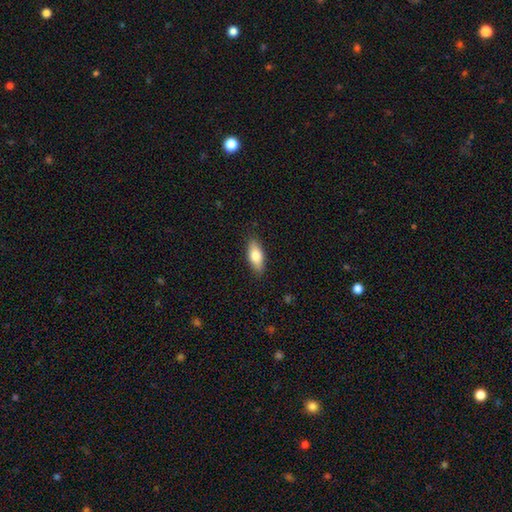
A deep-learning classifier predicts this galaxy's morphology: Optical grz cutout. It shows a smooth galaxy with no disk features (74%) that is in between round and cigar-shaped (76%). Merging: none (87%).